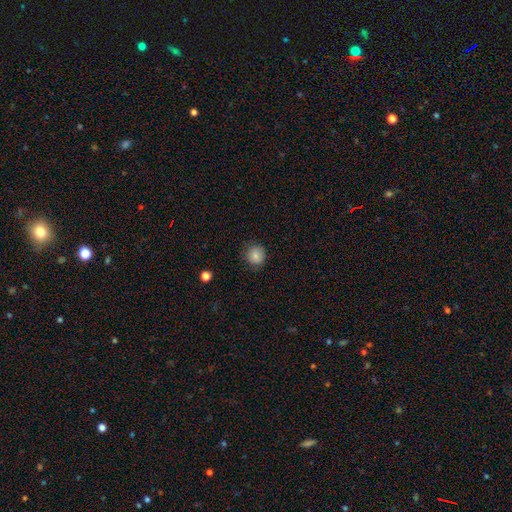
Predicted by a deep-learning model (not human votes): The model was most divided on "merging": none: 83%, minor disturbance: 13%, major disturbance: 3%, merger: 1%. More confident: how rounded — round (90%); smooth or featured — smooth (84%).